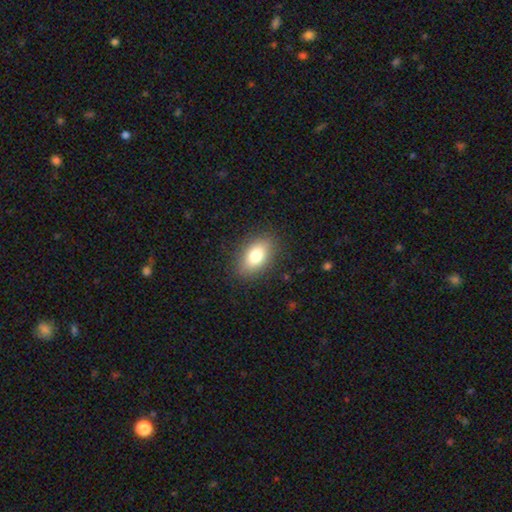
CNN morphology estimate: The model was most divided on "smooth or featured": smooth: 79%, featured or disk: 13%, star or artifact: 8%. More confident: how rounded — in between (88%); merging — none (87%).